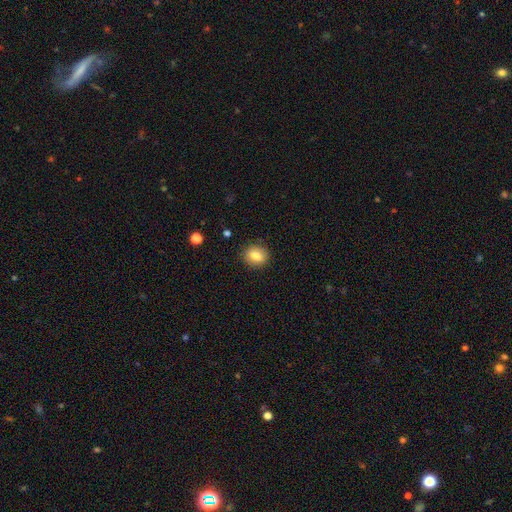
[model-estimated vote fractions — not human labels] Morphology: type=smooth (83%); roundness=round (62%); merging=none (89%).